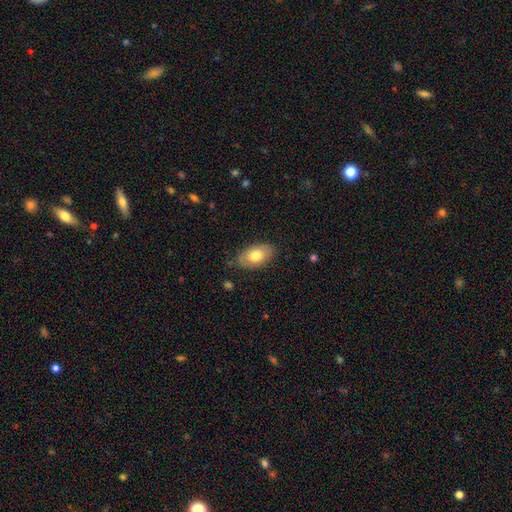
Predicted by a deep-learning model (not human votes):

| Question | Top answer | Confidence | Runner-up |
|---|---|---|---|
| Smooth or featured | smooth | 72% | featured or disk (22%) |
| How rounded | in between | 92% | round (6%) |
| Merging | none | 81% | minor disturbance (15%) |